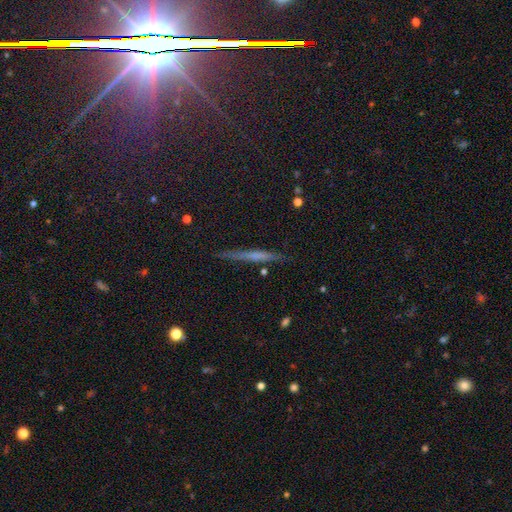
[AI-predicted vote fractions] Overall: featured or disk (45%; smooth 40%). Merging: none (87%).